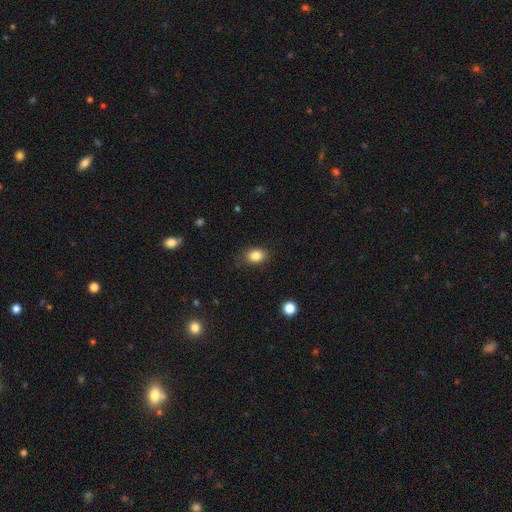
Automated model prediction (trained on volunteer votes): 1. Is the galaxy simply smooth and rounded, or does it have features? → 84% smooth, 10% star or artifact, 6% featured or disk.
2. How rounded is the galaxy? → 64% in between, 35% round, 1% cigar-shaped.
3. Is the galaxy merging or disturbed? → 81% none, 14% minor disturbance, 3% major disturbance, 1% merger.